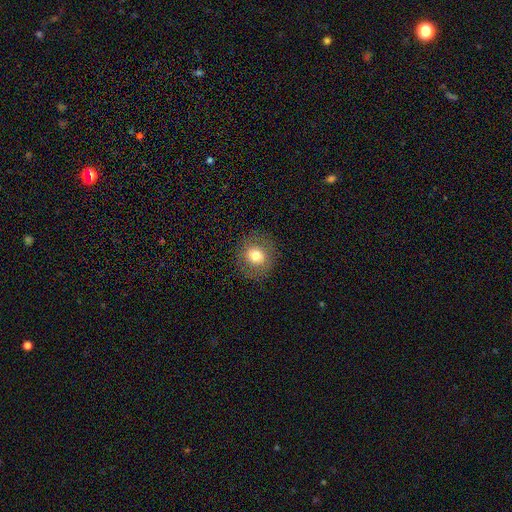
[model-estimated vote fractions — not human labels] Smooth or featured? smooth (74%)
How rounded? round (85%)
Merging? none (86%)